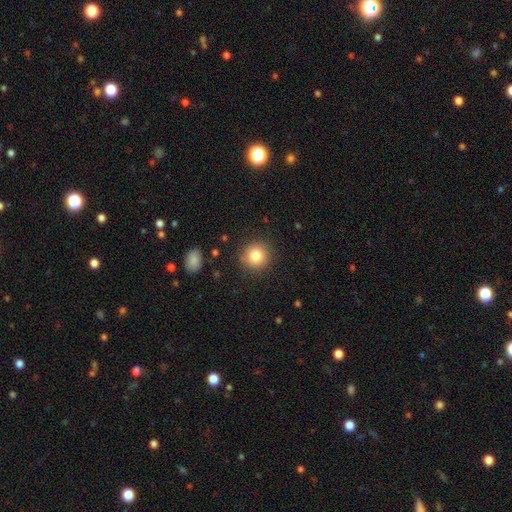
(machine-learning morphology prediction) Overall: smooth (82%). How rounded: round (92%). Merging: none (89%).